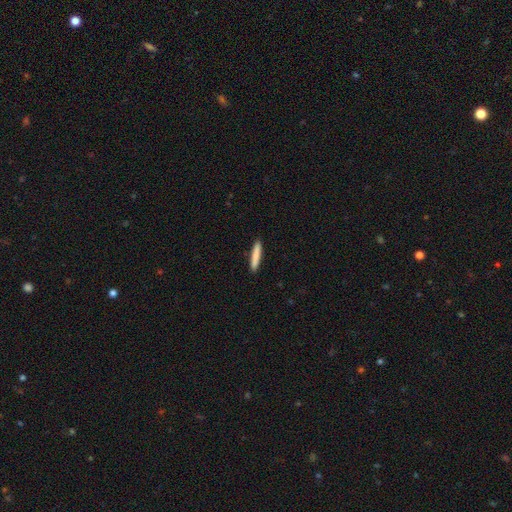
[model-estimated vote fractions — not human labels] Smooth or featured? smooth (83%)
How rounded? cigar-shaped (93%)
Merging? none (92%)